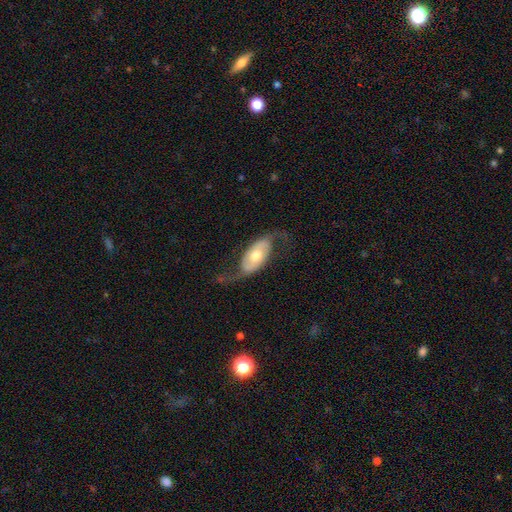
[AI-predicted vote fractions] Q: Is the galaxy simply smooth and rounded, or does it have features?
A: featured or disk — 74%.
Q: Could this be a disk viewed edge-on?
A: no — 91%.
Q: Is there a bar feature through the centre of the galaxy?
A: no — 66%.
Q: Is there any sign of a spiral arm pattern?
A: yes — 85%.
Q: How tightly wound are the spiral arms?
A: loose — 69%.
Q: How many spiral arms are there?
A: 2 — 91%.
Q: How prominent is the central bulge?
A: moderate — 70%.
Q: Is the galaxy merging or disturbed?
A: none — 61%.